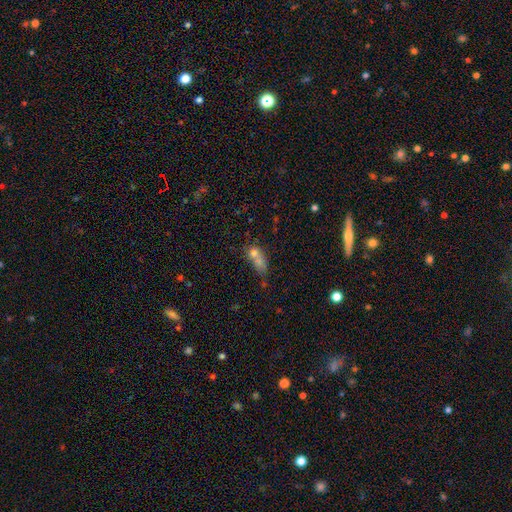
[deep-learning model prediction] Smooth or featured?
  - smooth: 68% *
  - featured or disk: 19%
  - star or artifact: 14%
How rounded?
  - in between: 55% *
  - round: 37%
  - cigar-shaped: 8%
Merging?
  - merger: 57% *
  - none: 24%
  - minor disturbance: 11%
  - major disturbance: 8%